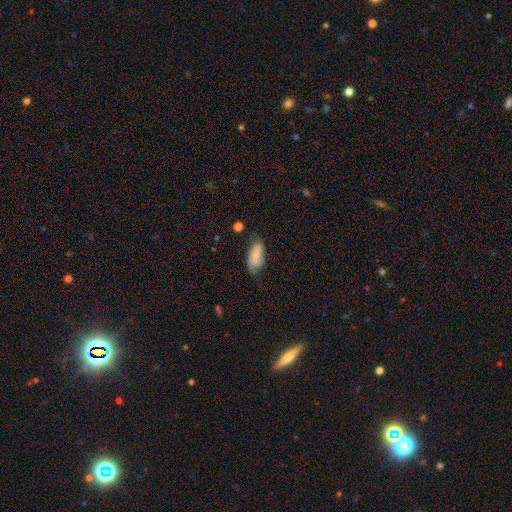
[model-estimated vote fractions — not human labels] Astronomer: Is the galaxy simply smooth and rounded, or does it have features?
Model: smooth — 66%.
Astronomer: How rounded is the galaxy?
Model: in between — 91%.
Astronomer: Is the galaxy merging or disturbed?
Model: none — 55% (runner-up: minor disturbance, 33%).